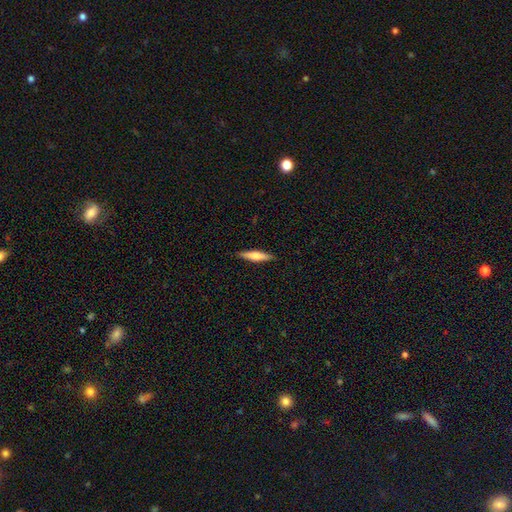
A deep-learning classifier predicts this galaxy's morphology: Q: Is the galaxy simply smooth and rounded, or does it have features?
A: smooth — 55%.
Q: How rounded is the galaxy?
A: cigar-shaped — 82%.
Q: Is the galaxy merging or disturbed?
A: none — 90%.